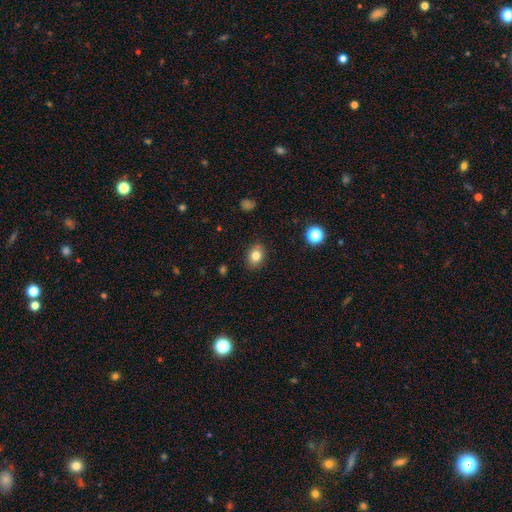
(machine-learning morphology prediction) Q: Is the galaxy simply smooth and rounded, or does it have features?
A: smooth — 81%.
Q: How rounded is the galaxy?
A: in between — 64%.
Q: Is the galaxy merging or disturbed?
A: none — 87%.